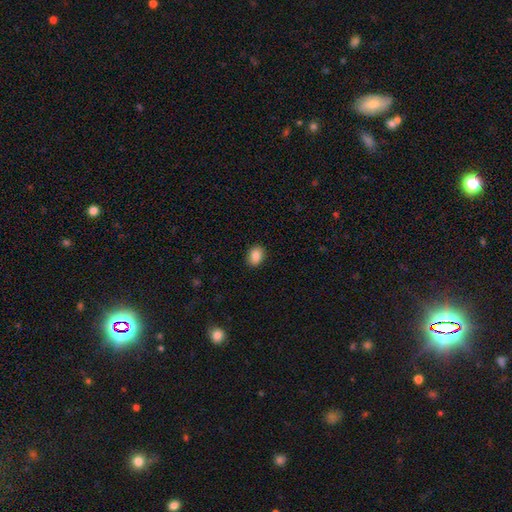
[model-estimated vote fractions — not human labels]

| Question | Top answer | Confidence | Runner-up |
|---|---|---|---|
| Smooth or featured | smooth | 87% | star or artifact (8%) |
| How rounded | in between | 67% | round (32%) |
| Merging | none | 89% | minor disturbance (8%) |